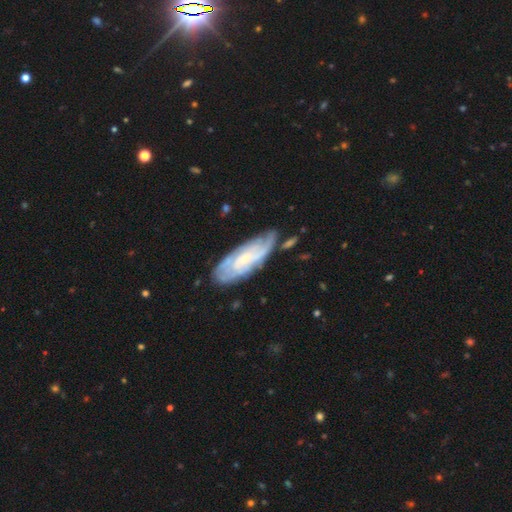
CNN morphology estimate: smooth-or-featured: featured or disk: 49% | smooth: 31% | star or artifact: 20%
  merging: none: 77% | minor disturbance: 16% | major disturbance: 5% | merger: 2%